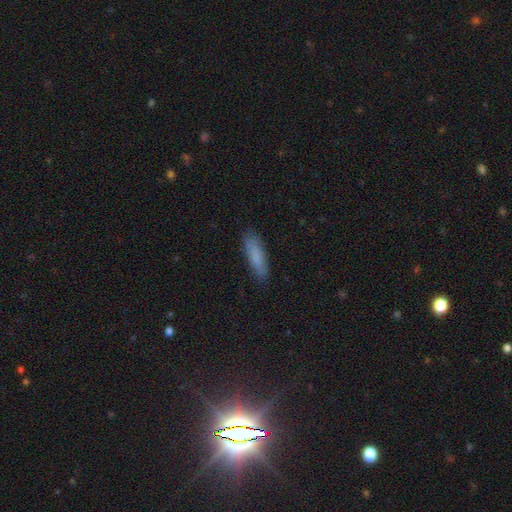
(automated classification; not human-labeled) A smooth galaxy with no disk features (80%) that is cigar-shaped (66%).

Vote fractions:
- Smooth or featured? smooth: 80% / featured or disk: 13% / star or artifact: 7%
- How rounded? cigar-shaped: 66% / in between: 33% / round: 2%
- Merging? none: 84% / minor disturbance: 13% / major disturbance: 3% / merger: 1%